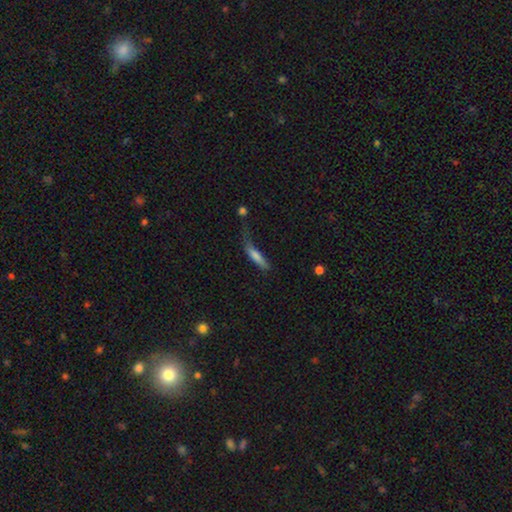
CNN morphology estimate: type=smooth (74%); roundness=cigar-shaped (79%); merging=none (35%).